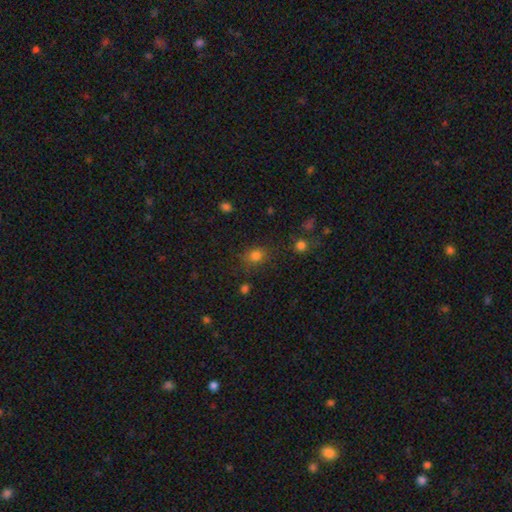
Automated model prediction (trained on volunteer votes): This is likely a smooth galaxy (79%). How rounded: likely round (63%). Merging: likely none (75%).